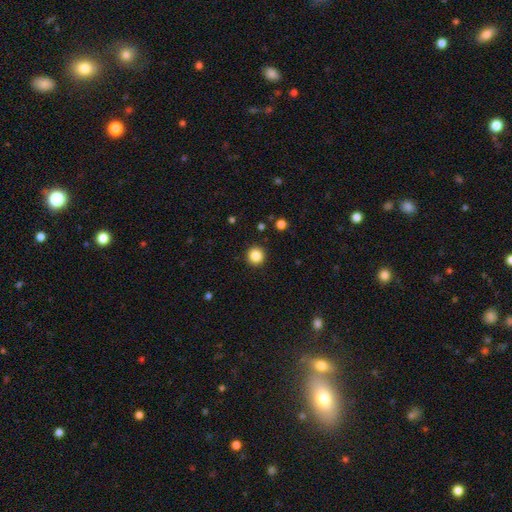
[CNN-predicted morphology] Q: Smooth or featured?
A: smooth (85%); runner-up: star or artifact (11%)
Q: How rounded?
A: round (95%); runner-up: in between (4%)
Q: Merging?
A: none (93%); runner-up: minor disturbance (5%)